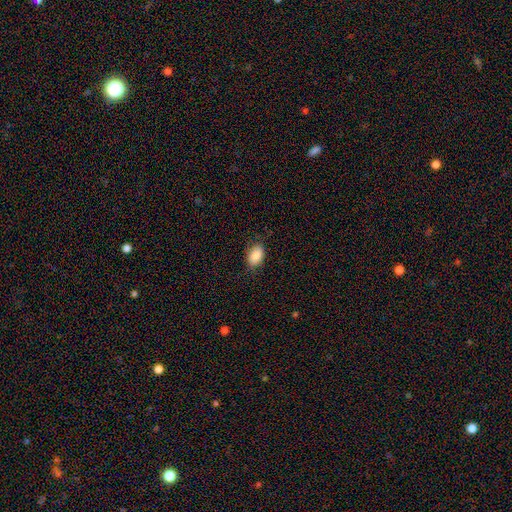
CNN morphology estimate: Smooth or featured?
  - smooth: 88% *
  - star or artifact: 7%
  - featured or disk: 5%
How rounded?
  - in between: 89% *
  - round: 9%
  - cigar-shaped: 1%
Merging?
  - none: 83% *
  - minor disturbance: 13%
  - major disturbance: 3%
  - merger: 1%